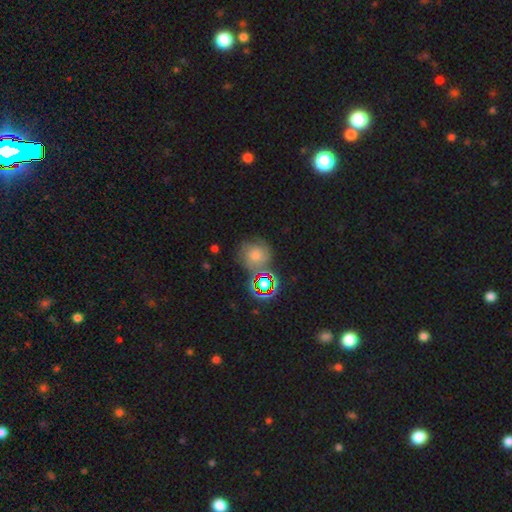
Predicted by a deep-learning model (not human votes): Smooth or featured? smooth (42%)
Merging? none (66%)